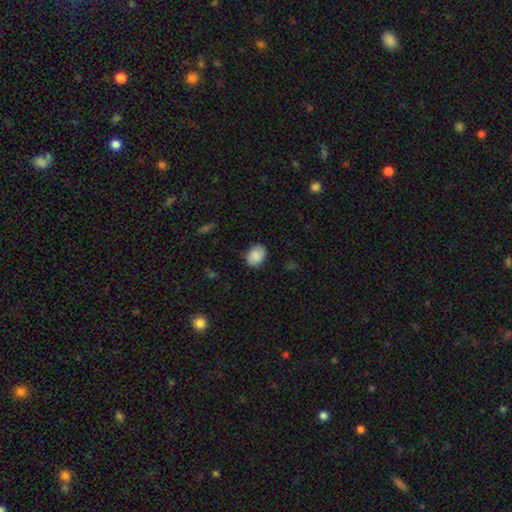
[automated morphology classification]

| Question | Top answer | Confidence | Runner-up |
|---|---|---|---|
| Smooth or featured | smooth | 87% | star or artifact (7%) |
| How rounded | in between | 61% | round (38%) |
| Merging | none | 83% | minor disturbance (13%) |